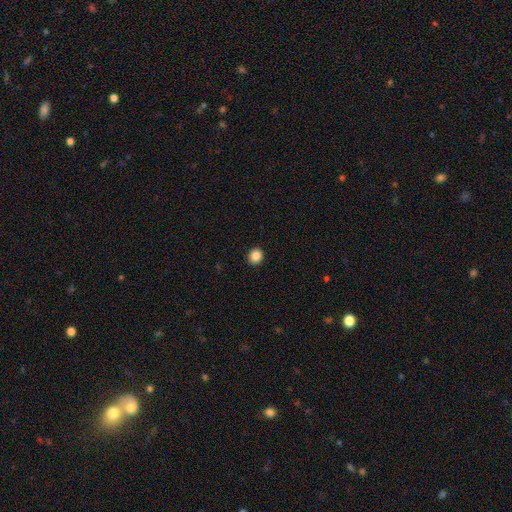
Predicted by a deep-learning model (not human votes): smooth_or_featured: smooth (p=0.86) [alt: star or artifact p=0.10]
how_rounded: round (p=0.74) [alt: in between p=0.25]
merging: none (p=0.92) [alt: minor disturbance p=0.05]